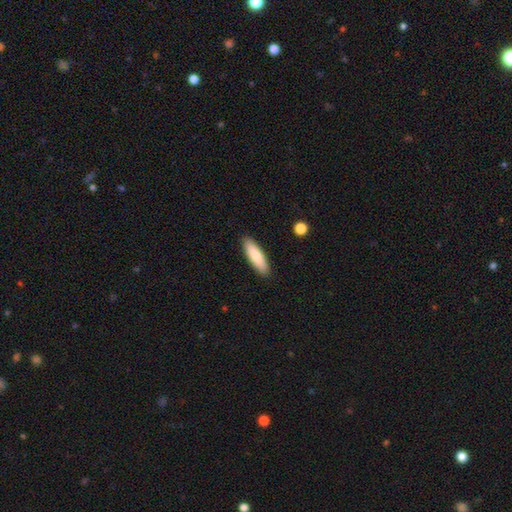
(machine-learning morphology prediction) This appears to be a smooth galaxy with no disk features (83%) that is cigar-shaped (57%). Merging: none (90%).